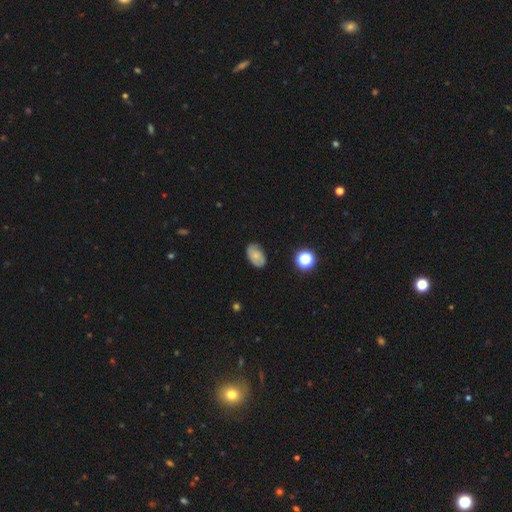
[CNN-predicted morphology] Smooth or featured: smooth — 55% (featured or disk — 35%)
How rounded: in between — 87% (round — 12%)
Merging: none — 75% (minor disturbance — 20%)